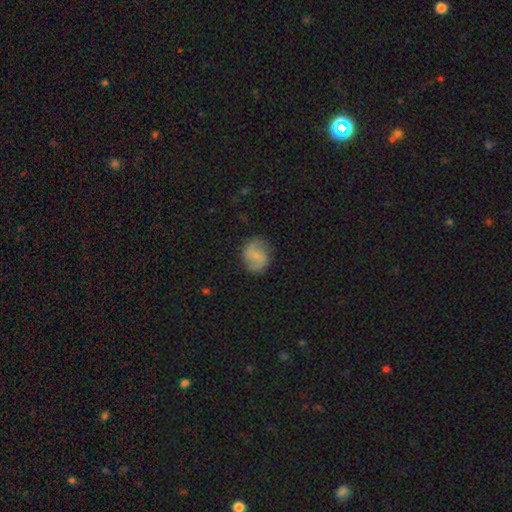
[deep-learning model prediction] This appears to be a smooth galaxy with no disk features (55%) that is round (65%). Merging: none (78%).